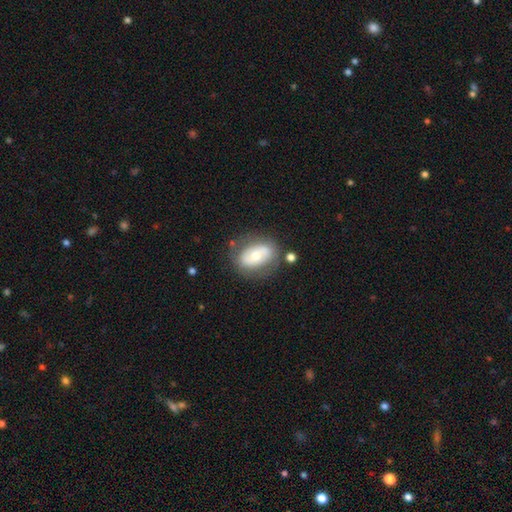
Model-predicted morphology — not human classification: A smooth galaxy with no disk features (50%).

Vote fractions:
- Smooth or featured? smooth: 50% / featured or disk: 43% / star or artifact: 7%
- Merging? none: 69% / minor disturbance: 18% / major disturbance: 8% / merger: 6%